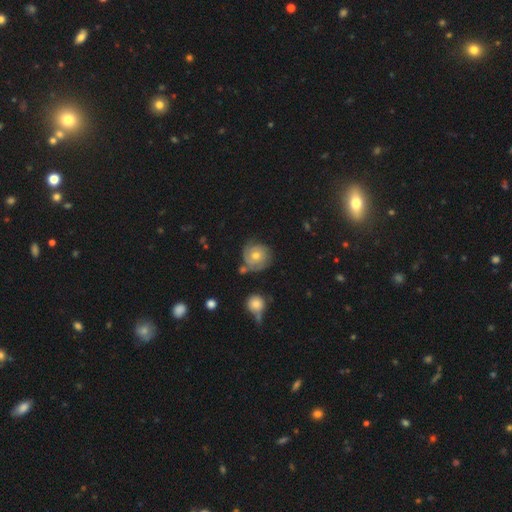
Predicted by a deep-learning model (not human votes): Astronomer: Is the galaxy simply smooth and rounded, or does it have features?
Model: featured or disk — 64%.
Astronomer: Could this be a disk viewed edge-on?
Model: no — 98%.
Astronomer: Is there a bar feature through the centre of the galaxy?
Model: no — 80%.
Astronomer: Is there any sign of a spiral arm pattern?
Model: yes — 87%.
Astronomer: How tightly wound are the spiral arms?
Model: tight — 70%.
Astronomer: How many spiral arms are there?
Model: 2 — 35% (runner-up: can't tell, 31%).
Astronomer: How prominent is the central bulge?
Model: moderate — 65%.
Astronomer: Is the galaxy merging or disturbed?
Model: none — 68%.